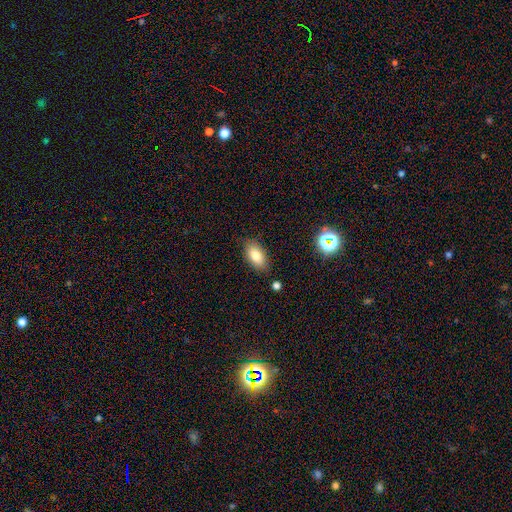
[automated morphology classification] smooth 80%, featured or disk 11%, star or artifact 9%. Down the decision tree: how rounded — in between (91%); merging — none (84%).